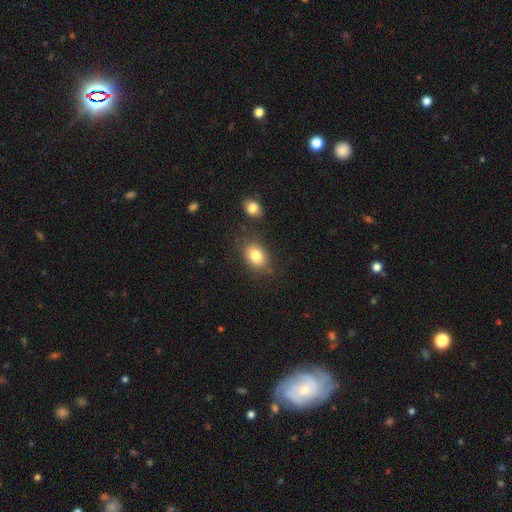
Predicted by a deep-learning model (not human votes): smooth 82%, star or artifact 9%, featured or disk 9%. Down the decision tree: how rounded — in between (67%); merging — none (75%).